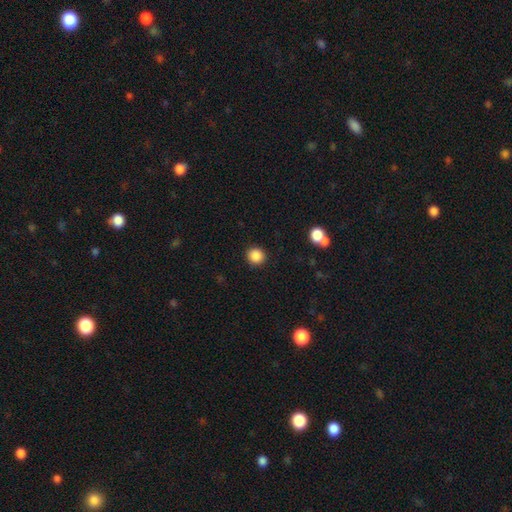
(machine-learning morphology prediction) Smooth or featured? smooth (87%)
How rounded? round (92%)
Merging? none (91%)